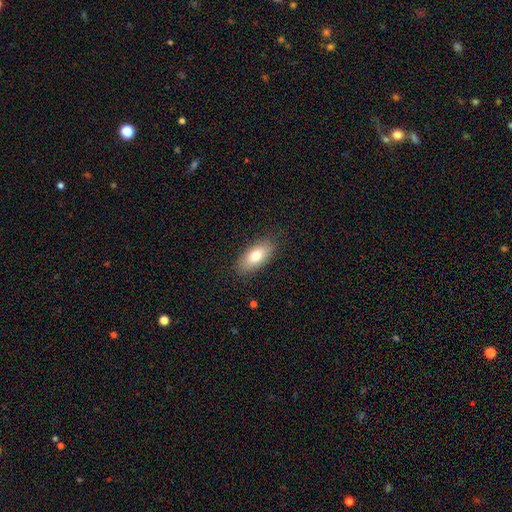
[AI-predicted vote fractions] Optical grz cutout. It shows a smooth galaxy with no disk features (77%) that is in between round and cigar-shaped (86%). Merging: none (85%).